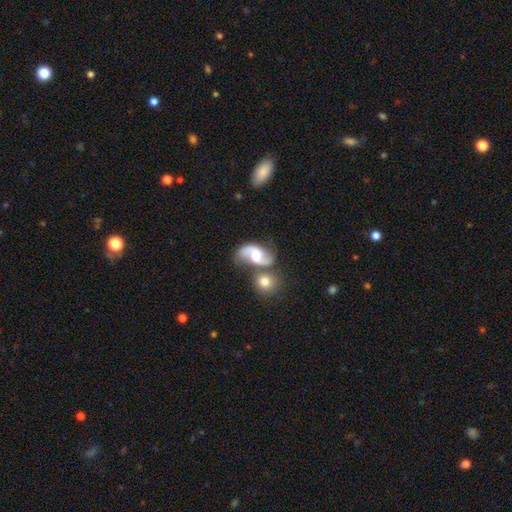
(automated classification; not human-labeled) A featured or disk galaxy (80%) with no bar (47%), 2 (93%) loose (53%) spiral arms (95%) and a moderate central bulge (66%). Merging: none (52%).